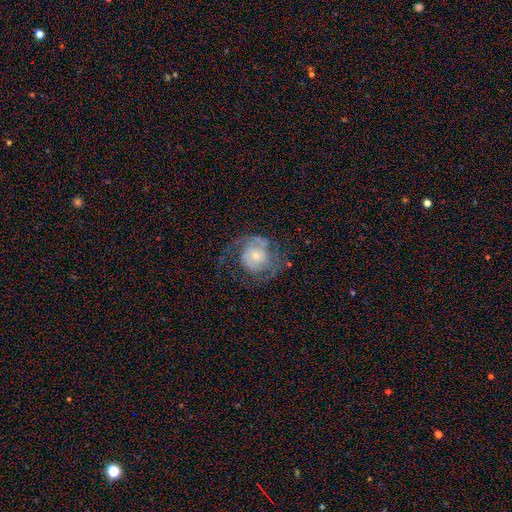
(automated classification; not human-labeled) A featured or disk galaxy (80%) with no bar (64%), 2 (58%) medium (42%) spiral arms (91%) and a small central bulge (59%). Merging: none (58%).